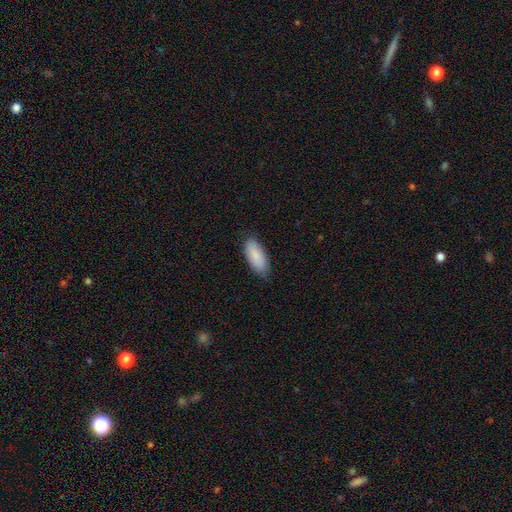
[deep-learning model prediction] This is clearly a smooth galaxy (87%). How rounded: clearly in between (84%). Merging: clearly none (81%).